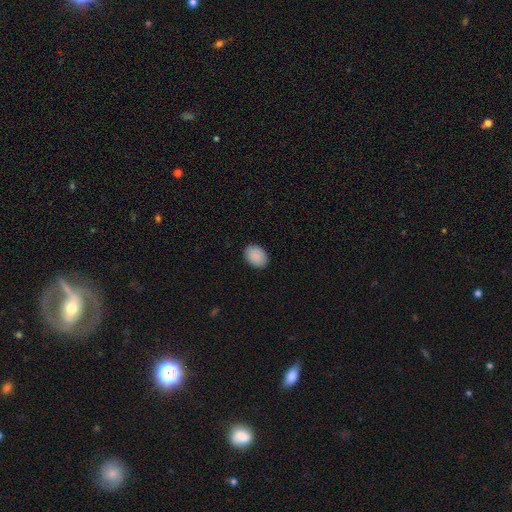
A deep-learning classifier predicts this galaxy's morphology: This appears to be a smooth galaxy with no disk features (90%) that is in between round and cigar-shaped (68%). Merging: none (89%).